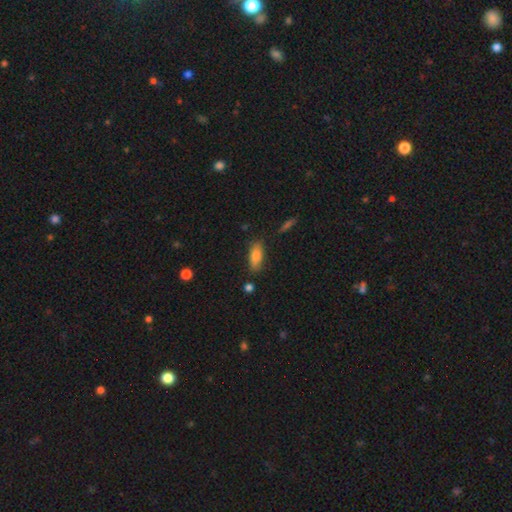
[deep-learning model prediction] Overall: smooth (82%). How rounded: in between (76%). Merging: none (76%).